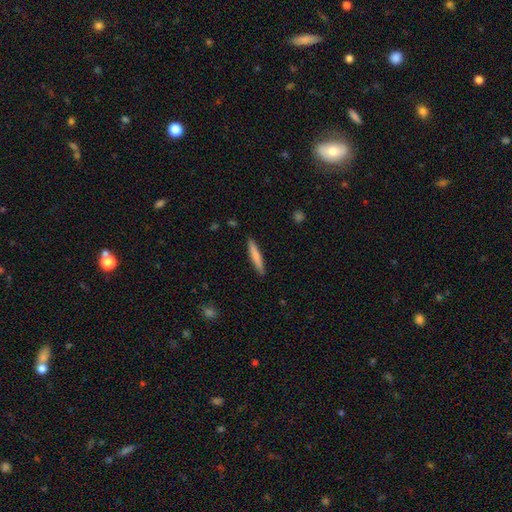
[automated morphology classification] Smooth or featured? Predicted: smooth (p=0.75). How rounded? Predicted: cigar-shaped (p=0.93). Merging? Predicted: none (p=0.90).